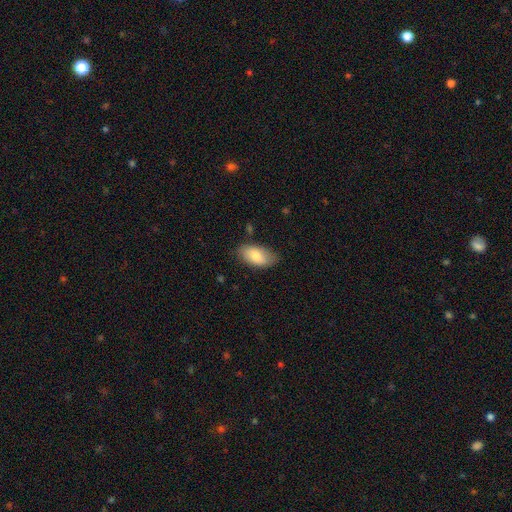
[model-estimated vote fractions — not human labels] A smooth galaxy with no disk features (77%) that is in between round and cigar-shaped (94%). Merging: none (77%).